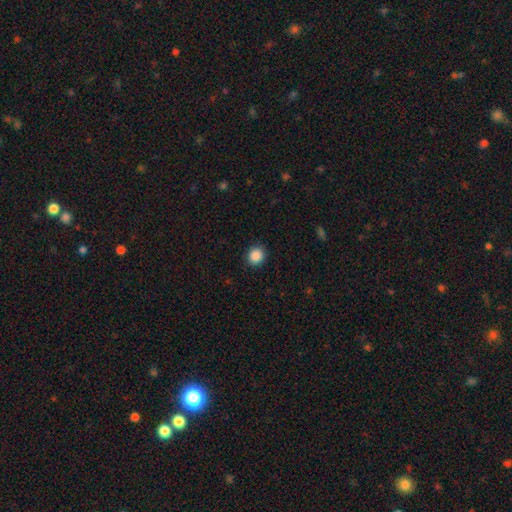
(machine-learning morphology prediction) type=smooth (88%); roundness=round (83%); merging=none (90%).